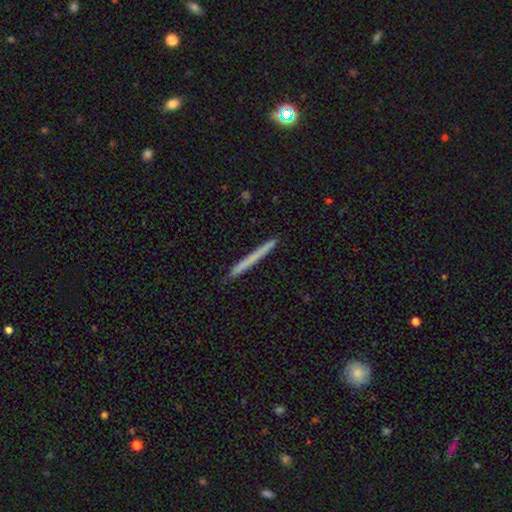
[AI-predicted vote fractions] A smooth galaxy with no disk features (60%) that is cigar-shaped (97%). Merging: none (92%).